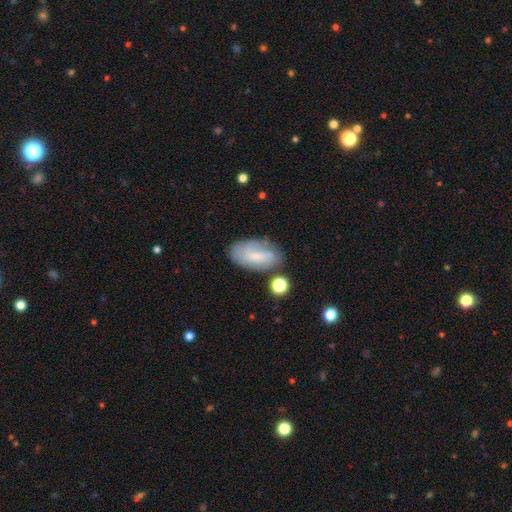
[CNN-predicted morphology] A smooth galaxy with no disk features (49%).

Vote fractions:
- Smooth or featured? smooth: 49% / featured or disk: 43% / star or artifact: 9%
- Merging? none: 65% / minor disturbance: 21% / major disturbance: 7% / merger: 6%